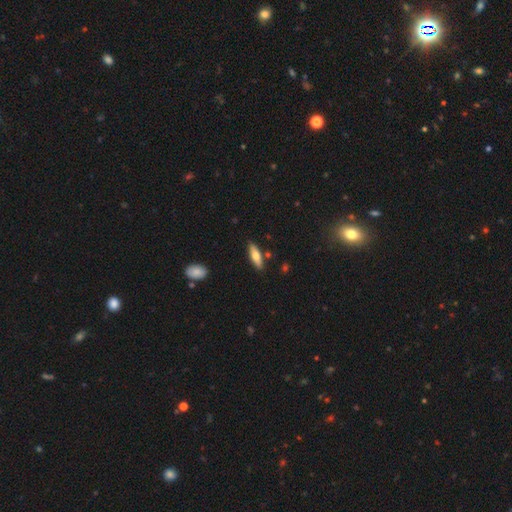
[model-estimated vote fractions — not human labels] A smooth galaxy with no disk features (65%) that is in between round and cigar-shaped (50%). Merging: none (85%).